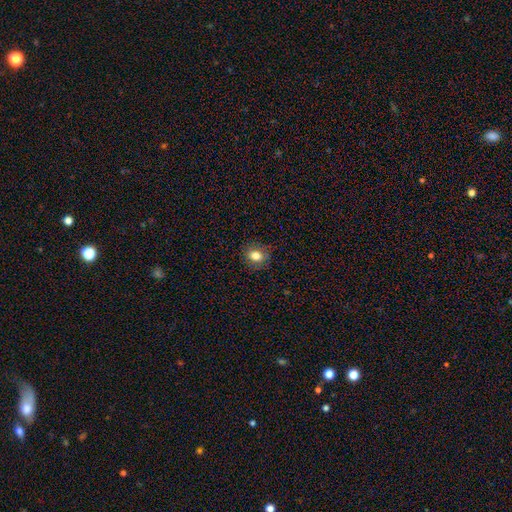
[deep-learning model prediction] Smooth or featured?
  - smooth: 80% *
  - star or artifact: 11%
  - featured or disk: 9%
How rounded?
  - round: 62% *
  - in between: 37%
  - cigar-shaped: 1%
Merging?
  - none: 83% *
  - minor disturbance: 12%
  - major disturbance: 3%
  - merger: 1%